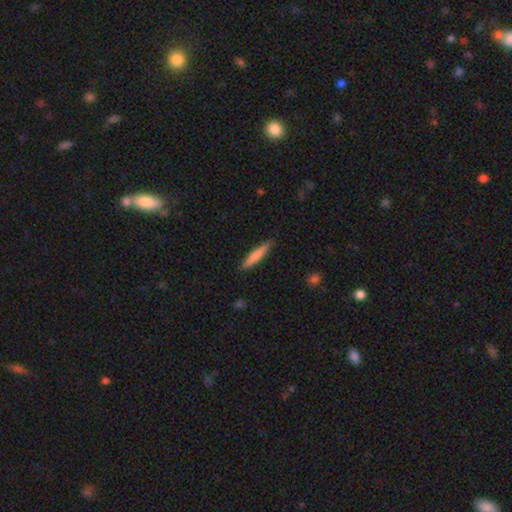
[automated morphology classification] A smooth galaxy with no disk features (70%) that is cigar-shaped (92%). Merging: none (87%).